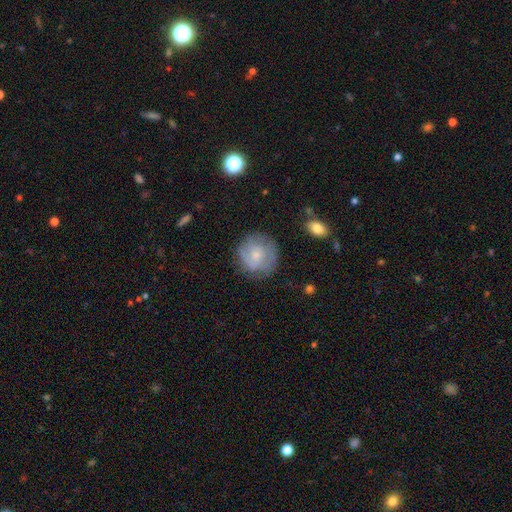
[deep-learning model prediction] Smooth or featured? smooth (59%)
How rounded? round (89%)
Merging? none (69%)